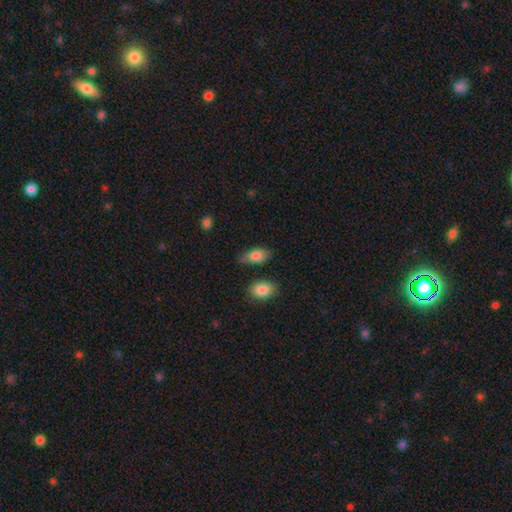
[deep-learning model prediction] Smooth or featured: smooth — 82% (featured or disk — 11%)
How rounded: in between — 90% (cigar-shaped — 5%)
Merging: none — 68% (minor disturbance — 22%)